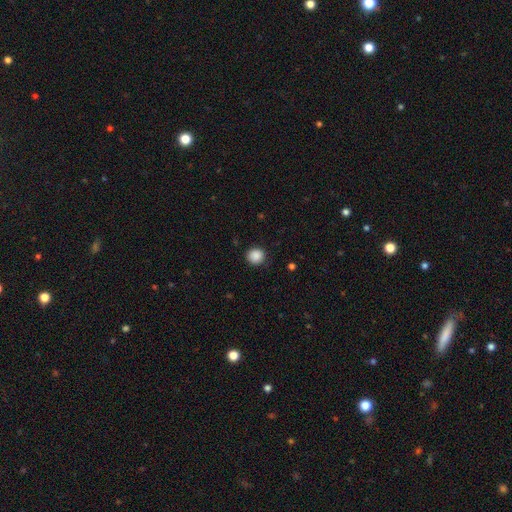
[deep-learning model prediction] Q: Smooth or featured?
A: smooth (88%); runner-up: star or artifact (9%)
Q: How rounded?
A: round (90%); runner-up: in between (9%)
Q: Merging?
A: none (86%); runner-up: minor disturbance (11%)